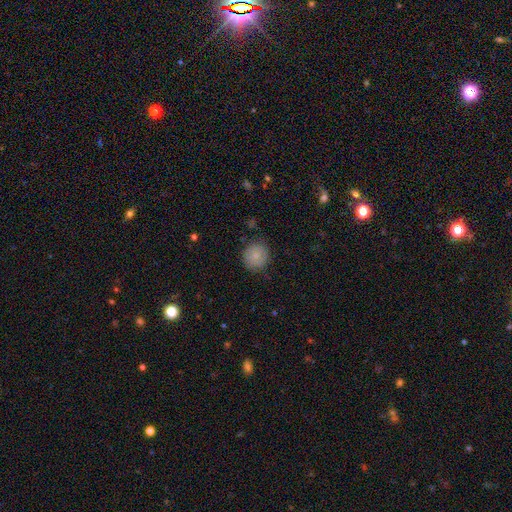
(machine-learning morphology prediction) A smooth galaxy with no disk features (79%) that is round (92%). Merging: none (81%).